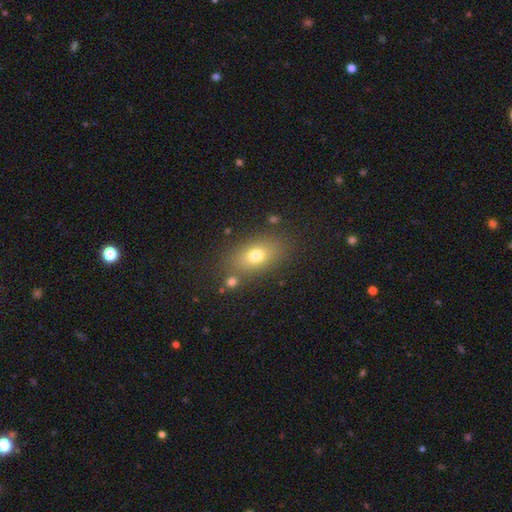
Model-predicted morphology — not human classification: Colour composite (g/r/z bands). It shows a smooth galaxy with no disk features (73%) that is in between round and cigar-shaped (79%). Merging: none (77%).